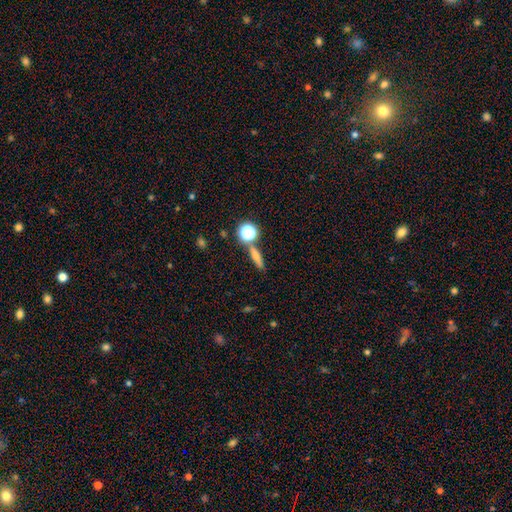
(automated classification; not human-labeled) This appears to be a smooth galaxy with no disk features (63%) that is cigar-shaped (62%). Merging: none (76%).